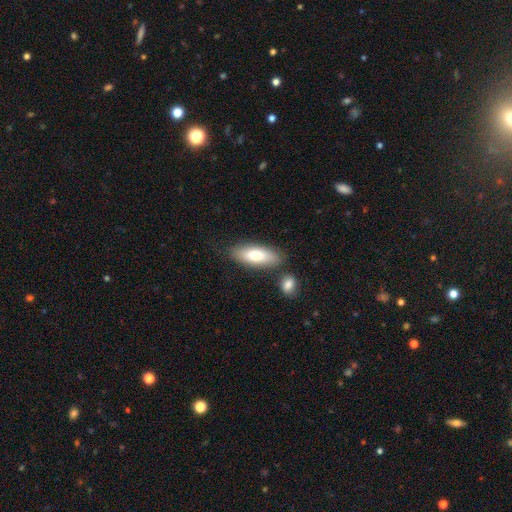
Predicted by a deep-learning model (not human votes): smooth_or_featured: smooth (p=0.74) [alt: featured or disk p=0.20]
how_rounded: in between (p=0.73) [alt: cigar-shaped p=0.25]
merging: none (p=0.76) [alt: minor disturbance p=0.12]